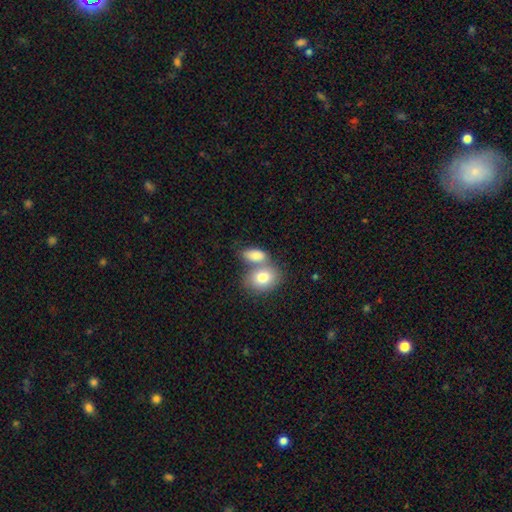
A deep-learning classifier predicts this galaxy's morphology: type=smooth (81%); roundness=in between (84%); merging=merger (50%).